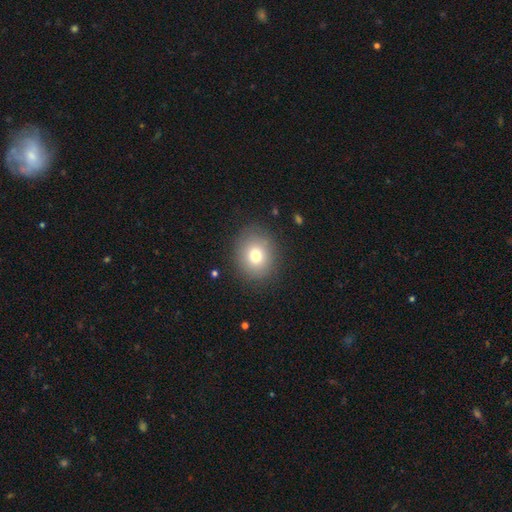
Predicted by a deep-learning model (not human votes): smooth 76%, featured or disk 13%, star or artifact 12%. Down the decision tree: how rounded — round (69%); merging — none (85%).